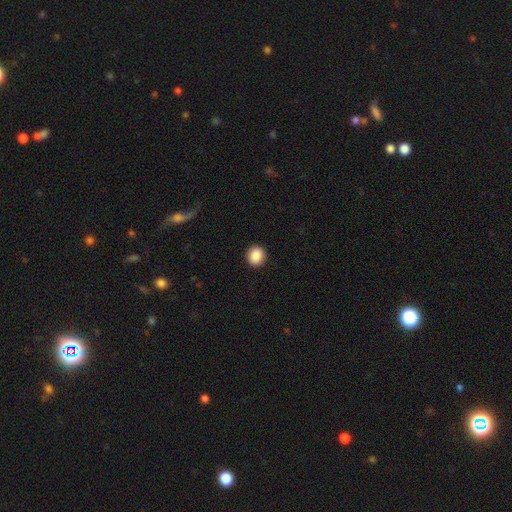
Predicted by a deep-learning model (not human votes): This appears to be a smooth galaxy with no disk features (89%) that is round (89%). Merging: none (92%).